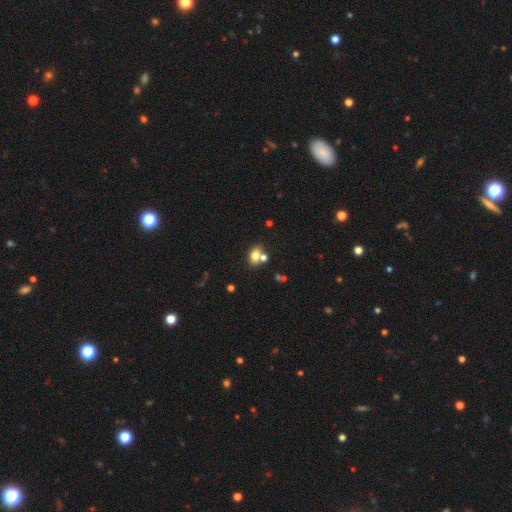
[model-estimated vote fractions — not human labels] Overall: smooth (75%). How rounded: in between (71%). Merging: none (50%; merger 34%).